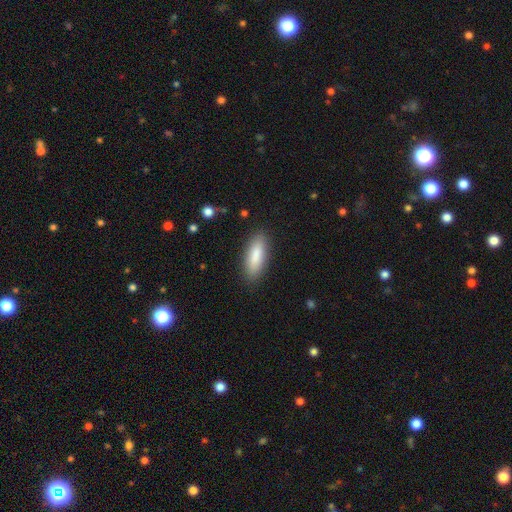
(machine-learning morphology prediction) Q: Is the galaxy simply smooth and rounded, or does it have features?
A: smooth — 85%.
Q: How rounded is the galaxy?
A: in between — 63%.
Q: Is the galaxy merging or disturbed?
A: none — 87%.